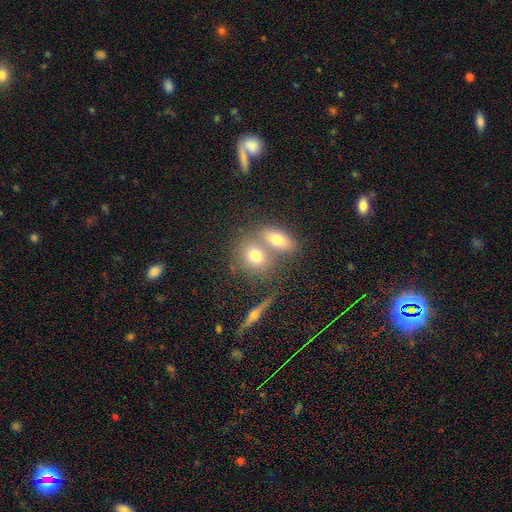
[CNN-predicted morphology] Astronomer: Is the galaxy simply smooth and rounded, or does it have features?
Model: smooth — 69%.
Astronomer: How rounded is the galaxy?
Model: round — 54% (runner-up: in between, 42%).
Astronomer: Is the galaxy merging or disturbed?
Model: merger — 48% (runner-up: none, 39%).